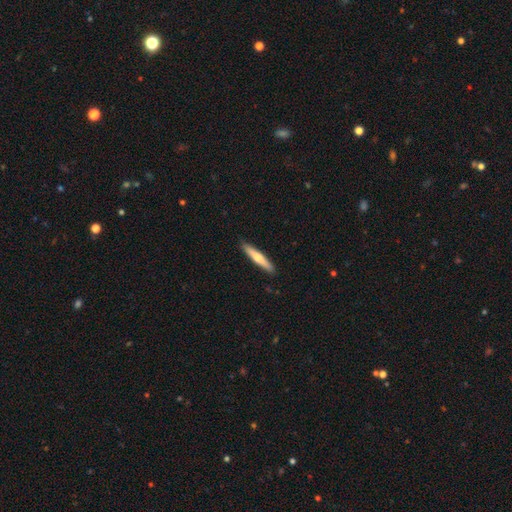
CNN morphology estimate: Smooth or featured: smooth — 51% (featured or disk — 44%)
How rounded: cigar-shaped — 91% (in between — 7%)
Merging: none — 91% (minor disturbance — 7%)